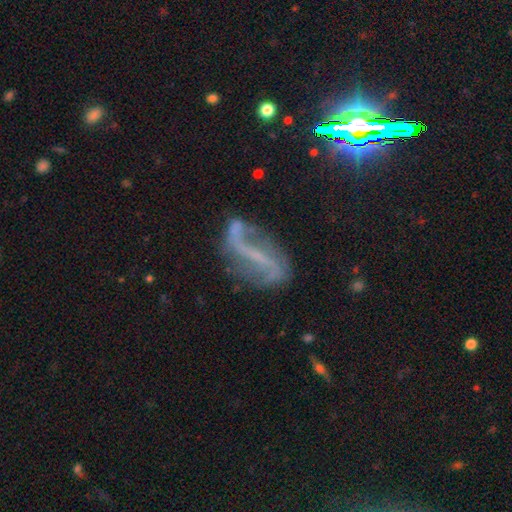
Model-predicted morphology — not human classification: smooth-or-featured: featured or disk: 71% | star or artifact: 18% | smooth: 11%
  disk-edge-on: no: 92% | yes: 8%
    bar: strong: 58% | weak: 27% | no: 16%
    has-spiral-arms: yes: 83% | no: 17%
      spiral-winding: loose: 66% | medium: 24% | tight: 10%
      spiral-arm-count: 2: 82% | can't tell: 8% | 1: 7% | 3: 1% | 4: 1% | more than 4: 1%
    bulge-size: none: 48% | small: 42% | moderate: 8% | large: 1% | dominant: 1%
  merging: none: 63% | minor disturbance: 18% | major disturbance: 14% | merger: 6%